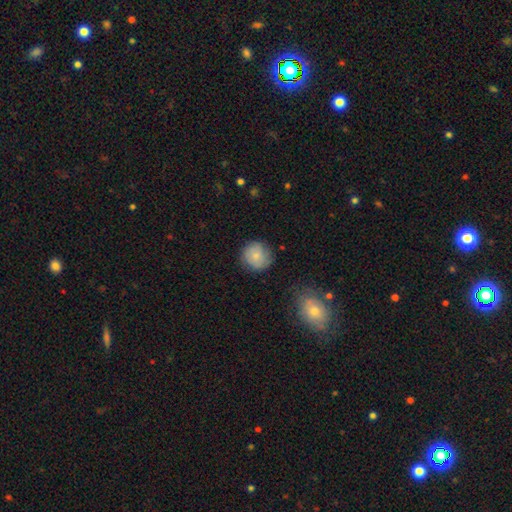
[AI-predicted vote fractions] Q: Smooth or featured?
A: smooth (74%); runner-up: featured or disk (18%)
Q: How rounded?
A: round (91%); runner-up: in between (8%)
Q: Merging?
A: none (77%); runner-up: minor disturbance (17%)